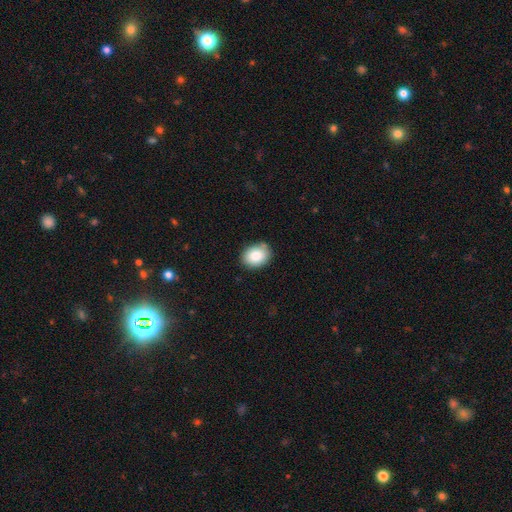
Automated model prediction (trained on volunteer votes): smooth-or-featured: smooth: 84% | featured or disk: 8% | star or artifact: 8%
  how-rounded: in between: 59% | round: 40% | cigar-shaped: 1%
  merging: none: 82% | minor disturbance: 14% | major disturbance: 2% | merger: 2%